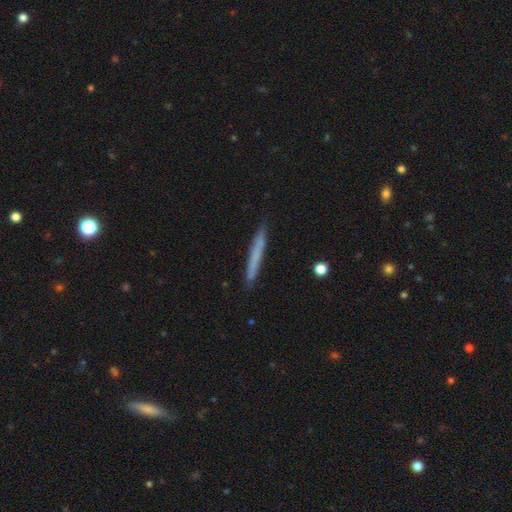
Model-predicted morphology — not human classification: The model was most divided on "smooth or featured": smooth: 64%, featured or disk: 30%, star or artifact: 6%. More confident: how rounded — cigar-shaped (97%); merging — none (89%).